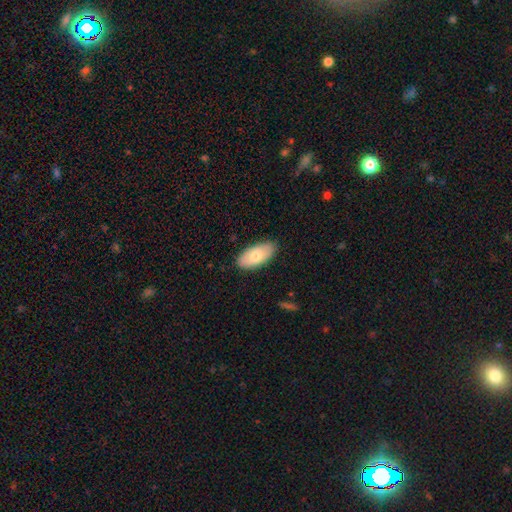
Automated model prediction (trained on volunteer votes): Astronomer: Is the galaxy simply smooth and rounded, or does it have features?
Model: smooth — 74%.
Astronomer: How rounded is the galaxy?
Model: in between — 93%.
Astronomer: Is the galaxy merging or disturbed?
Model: none — 85%.